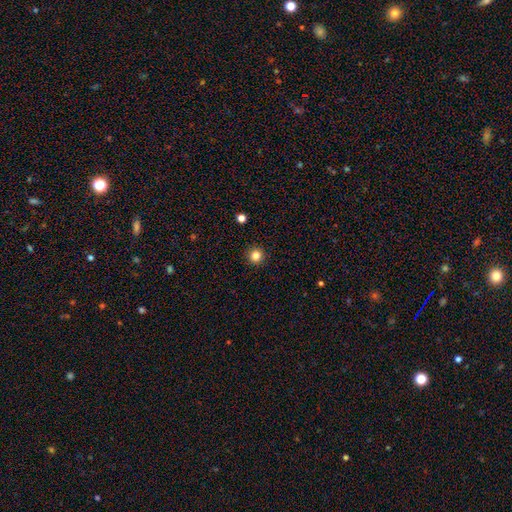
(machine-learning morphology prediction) A smooth galaxy with no disk features (84%) that is round (95%). Merging: none (93%).